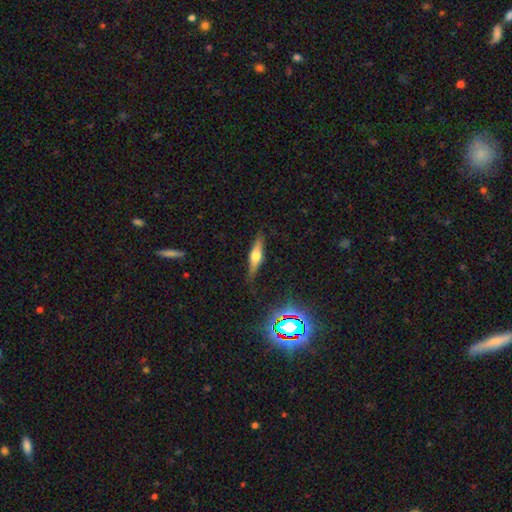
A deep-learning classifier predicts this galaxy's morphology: The model was most divided on "smooth or featured": featured or disk: 50%, smooth: 40%, star or artifact: 9%. More confident: edge-on disk — yes (92%); merging — none (83%).